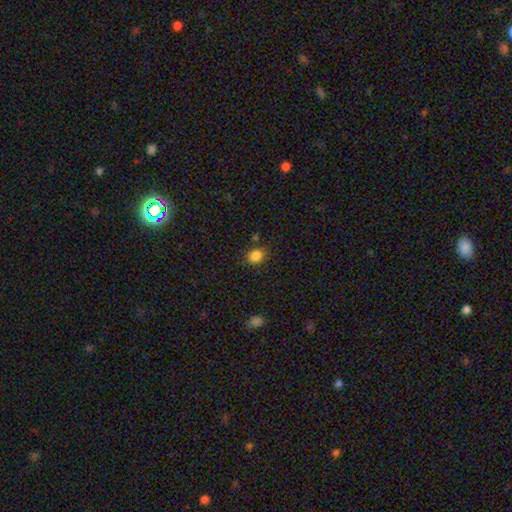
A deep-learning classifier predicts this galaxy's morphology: This appears to be a smooth galaxy with no disk features (85%) that is round (59%). Merging: none (81%).